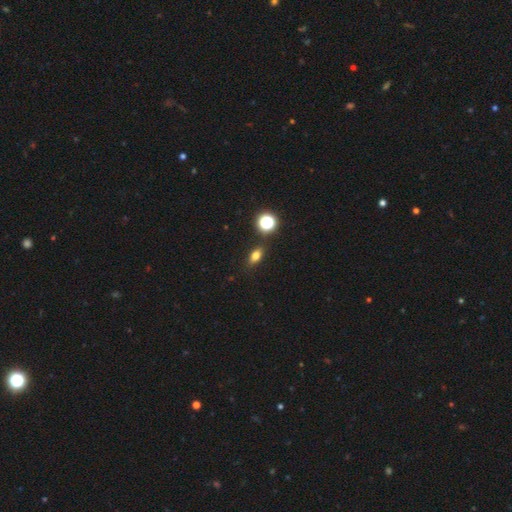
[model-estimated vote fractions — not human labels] smooth-or-featured: smooth: 72% | star or artifact: 15% | featured or disk: 13%
  how-rounded: in between: 70% | round: 20% | cigar-shaped: 10%
  merging: none: 85% | minor disturbance: 9% | merger: 3% | major disturbance: 3%